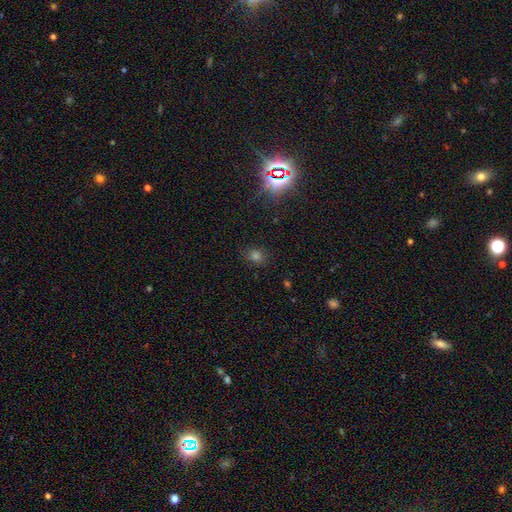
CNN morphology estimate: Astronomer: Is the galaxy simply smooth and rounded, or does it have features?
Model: smooth — 60%.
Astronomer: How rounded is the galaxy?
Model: round — 62%.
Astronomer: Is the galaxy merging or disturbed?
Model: none — 84%.